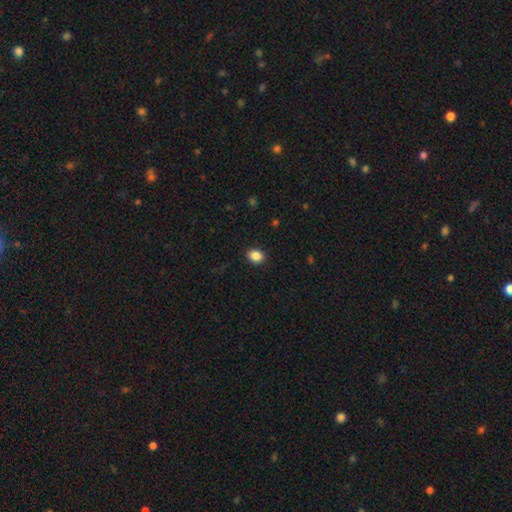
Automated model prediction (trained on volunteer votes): Smooth or featured? Predicted: smooth (p=0.88). How rounded? Predicted: in between (p=0.68). Merging? Predicted: none (p=0.90).